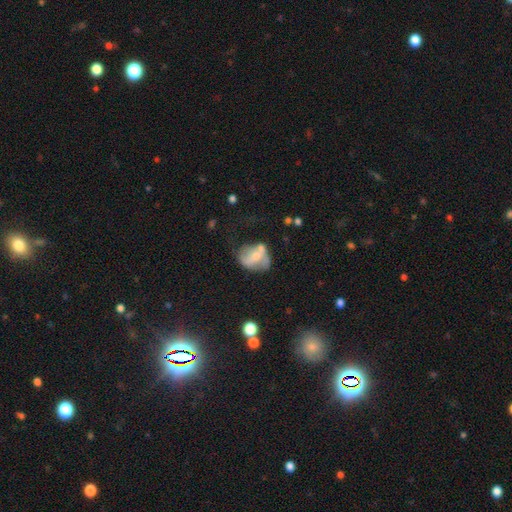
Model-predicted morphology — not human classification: This appears to be a featured or disk galaxy (48%). Merging: none (39%).